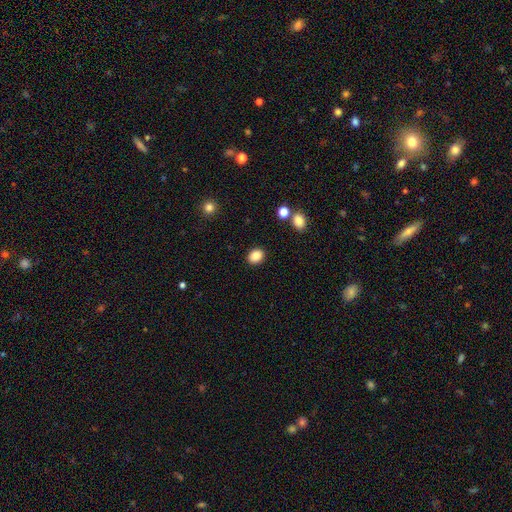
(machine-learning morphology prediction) type=smooth (87%); roundness=in between (55%); merging=none (89%).